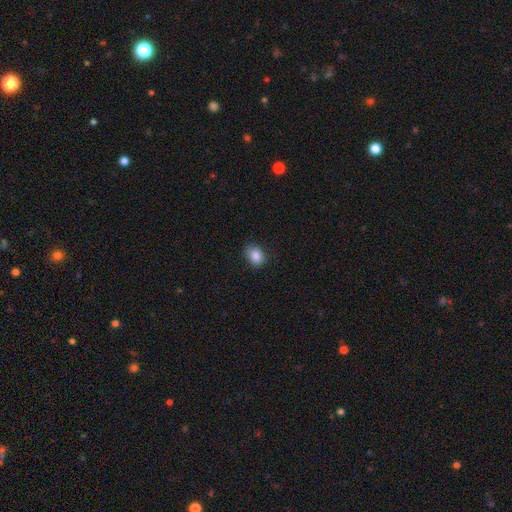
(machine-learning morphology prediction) A smooth galaxy with no disk features (85%) that is in between round and cigar-shaped (60%). Merging: none (78%).